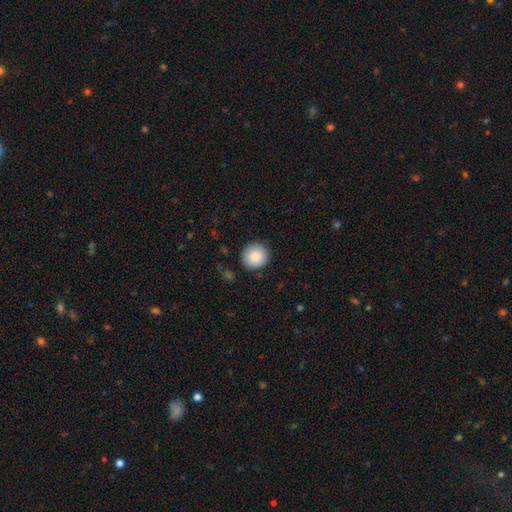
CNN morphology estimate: Q: Smooth or featured?
A: smooth (88%); runner-up: star or artifact (7%)
Q: How rounded?
A: round (94%); runner-up: in between (5%)
Q: Merging?
A: none (89%); runner-up: minor disturbance (7%)